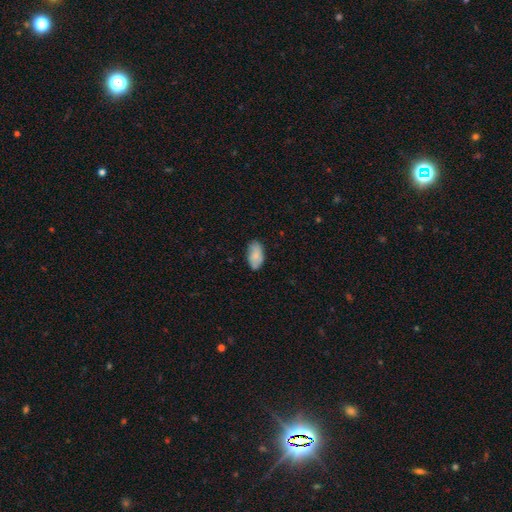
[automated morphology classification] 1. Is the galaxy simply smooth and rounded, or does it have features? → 82% smooth, 11% featured or disk, 7% star or artifact.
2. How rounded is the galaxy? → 94% in between, 4% round, 2% cigar-shaped.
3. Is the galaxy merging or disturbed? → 78% none, 18% minor disturbance, 3% major disturbance, 1% merger.